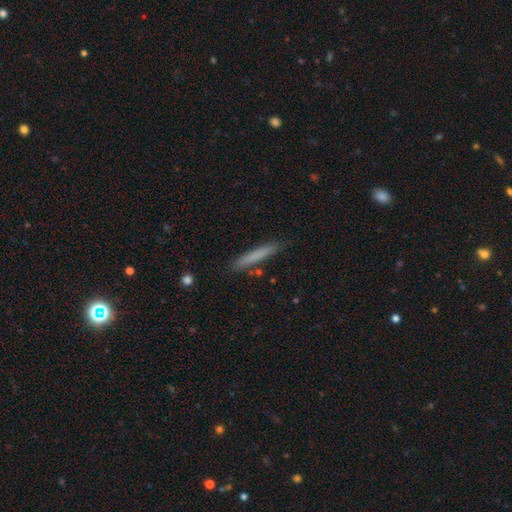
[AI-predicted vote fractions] smooth-or-featured: smooth: 74% | featured or disk: 19% | star or artifact: 6%
  how-rounded: cigar-shaped: 95% | in between: 4% | round: 1%
  merging: none: 85% | minor disturbance: 10% | merger: 2% | major disturbance: 2%